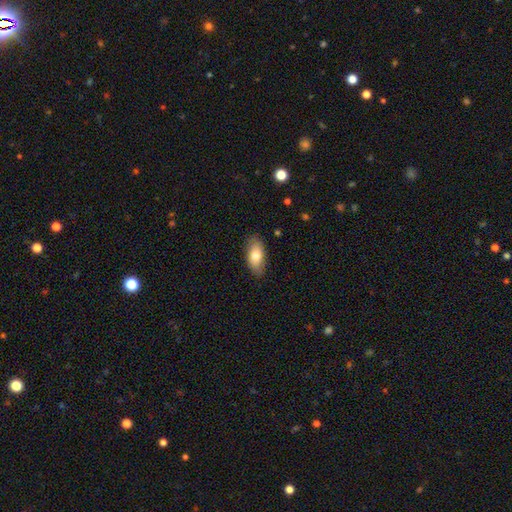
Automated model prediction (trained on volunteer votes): Q: Smooth or featured?
A: smooth (76%); runner-up: featured or disk (18%)
Q: How rounded?
A: in between (89%); runner-up: cigar-shaped (7%)
Q: Merging?
A: none (83%); runner-up: minor disturbance (13%)